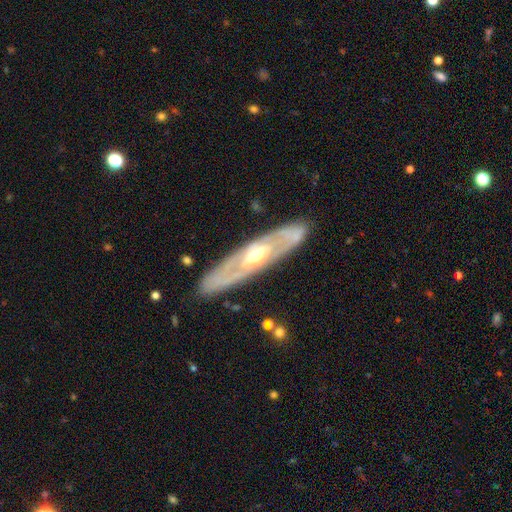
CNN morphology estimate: featured or disk 79%, smooth 16%, star or artifact 4%. Down the decision tree: edge-on disk — no (69%); bar — no (60%); spiral arms — yes (56%); bulge size — moderate (69%); merging — none (86%).